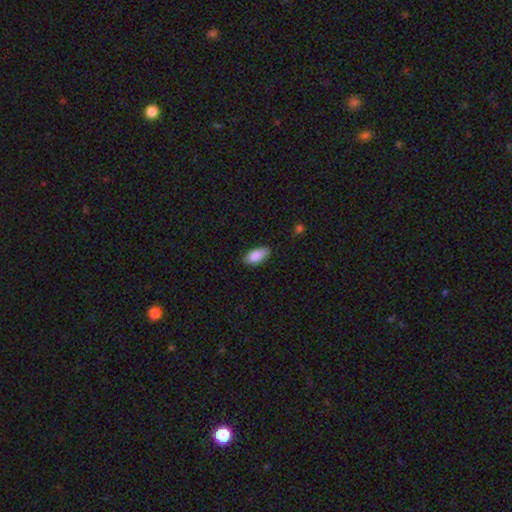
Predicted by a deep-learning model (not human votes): Smooth or featured?
  - smooth: 86% *
  - featured or disk: 7%
  - star or artifact: 7%
How rounded?
  - in between: 89% *
  - cigar-shaped: 9%
  - round: 3%
Merging?
  - none: 78% *
  - minor disturbance: 18%
  - major disturbance: 3%
  - merger: 1%